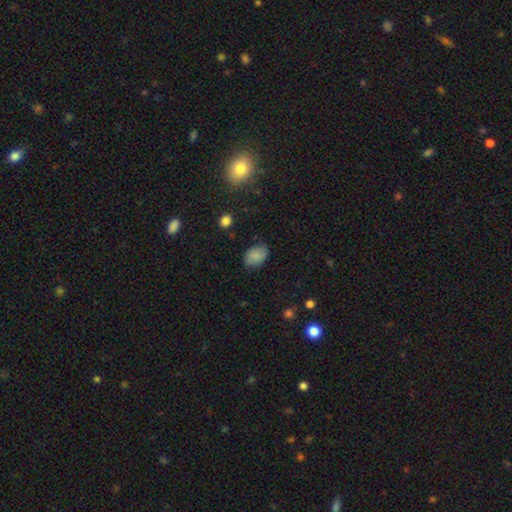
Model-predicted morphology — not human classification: This is clearly a smooth galaxy (81%). How rounded: clearly in between (82%). Merging: likely none (78%).